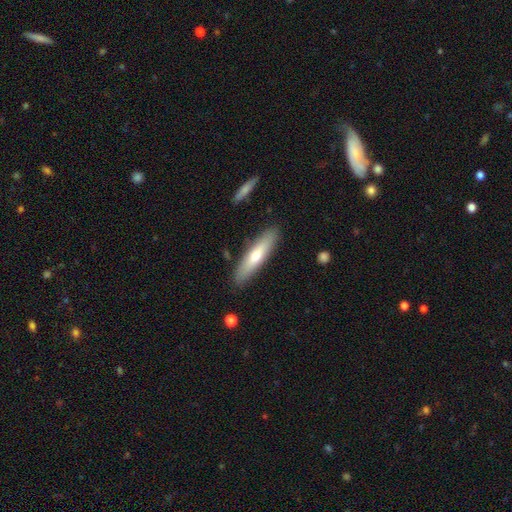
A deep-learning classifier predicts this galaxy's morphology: A smooth galaxy with no disk features (60%) that is cigar-shaped (78%). Merging: none (88%).